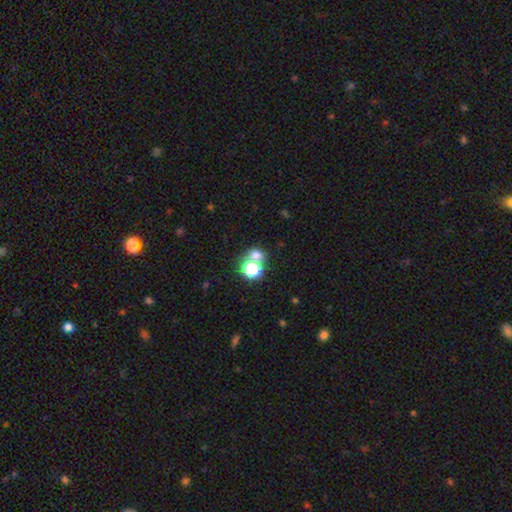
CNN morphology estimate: Overall: smooth (60%; star or artifact 31%). How rounded: round (72%). Merging: none (56%; merger 32%).